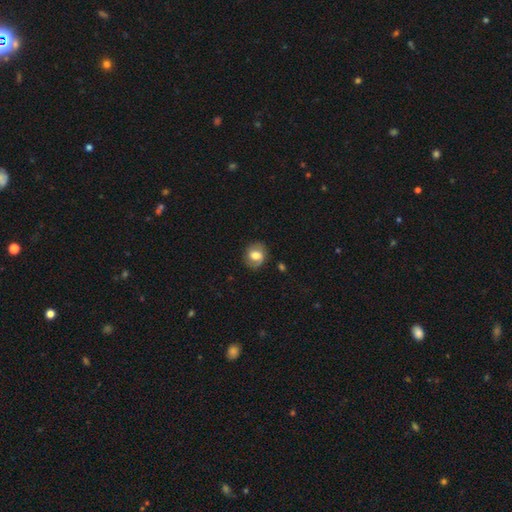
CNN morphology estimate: This is possibly a smooth galaxy (56%). How rounded: likely round (64%). Merging: likely none (79%).